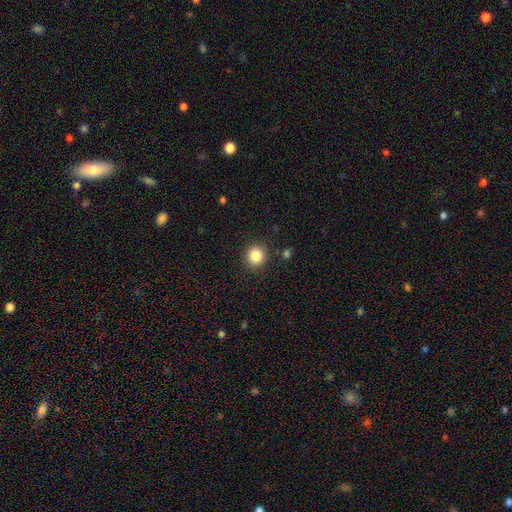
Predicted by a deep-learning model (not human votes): smooth 85%, star or artifact 10%, featured or disk 5%. Down the decision tree: how rounded — round (89%); merging — none (90%).